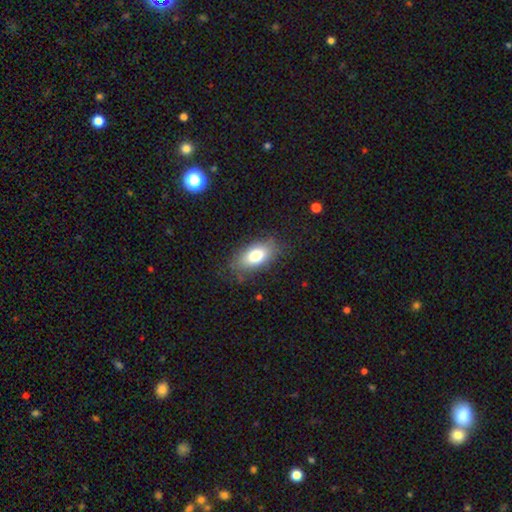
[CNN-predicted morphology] A smooth galaxy with no disk features (76%) that is in between round and cigar-shaped (89%). Merging: none (79%).